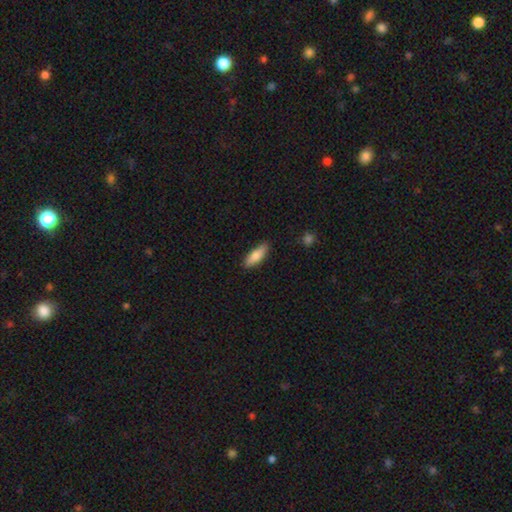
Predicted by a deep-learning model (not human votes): Q: Smooth or featured?
A: smooth (80%); runner-up: featured or disk (14%)
Q: How rounded?
A: in between (56%); runner-up: cigar-shaped (42%)
Q: Merging?
A: none (85%); runner-up: minor disturbance (12%)